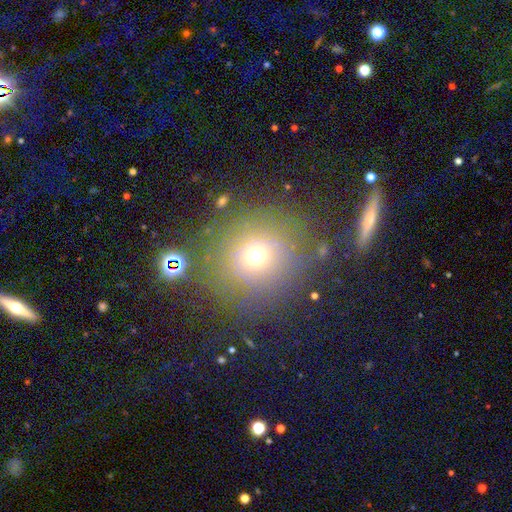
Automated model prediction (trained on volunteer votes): The model was most divided on "smooth or featured": smooth: 67%, star or artifact: 22%, featured or disk: 12%. More confident: how rounded — round (90%); merging — none (80%).